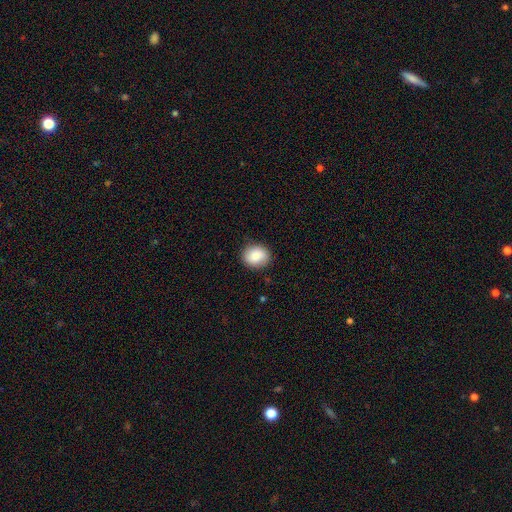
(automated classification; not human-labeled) Overall: smooth (86%). How rounded: round (65%; in between 34%). Merging: none (86%).